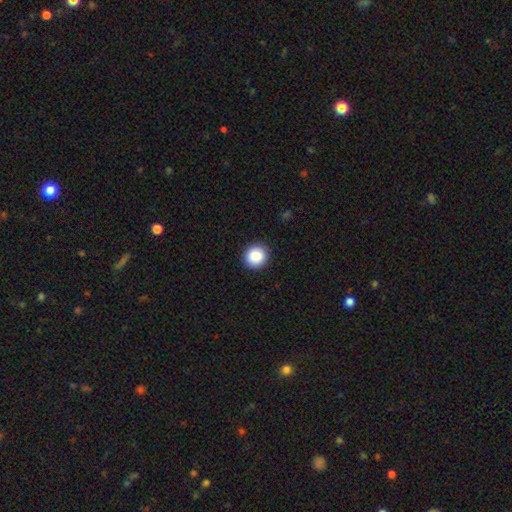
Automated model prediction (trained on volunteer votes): This appears to be a smooth galaxy with no disk features (87%) that is round (92%). Merging: none (92%).